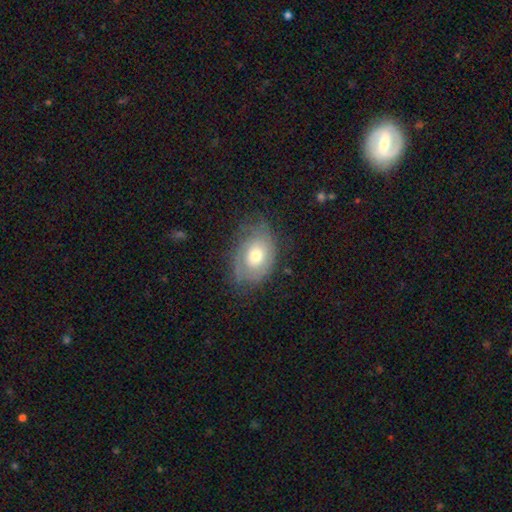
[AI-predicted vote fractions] Smooth or featured? Predicted: smooth (p=0.47). Merging? Predicted: none (p=0.63).